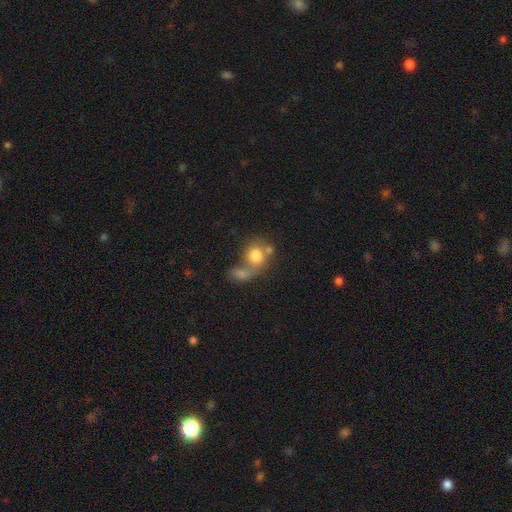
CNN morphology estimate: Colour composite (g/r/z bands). It shows a smooth galaxy with no disk features (74%) that is round (70%). Merging: merger (59%).